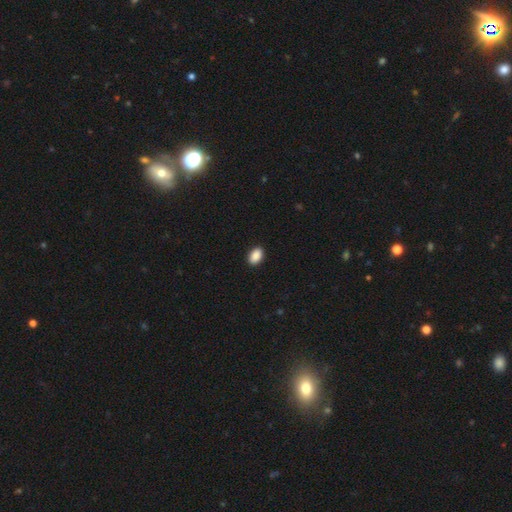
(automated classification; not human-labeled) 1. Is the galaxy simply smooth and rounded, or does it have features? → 90% smooth, 7% star or artifact, 3% featured or disk.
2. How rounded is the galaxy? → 91% in between, 7% round, 1% cigar-shaped.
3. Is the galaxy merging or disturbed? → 90% none, 7% minor disturbance, 2% major disturbance, 1% merger.